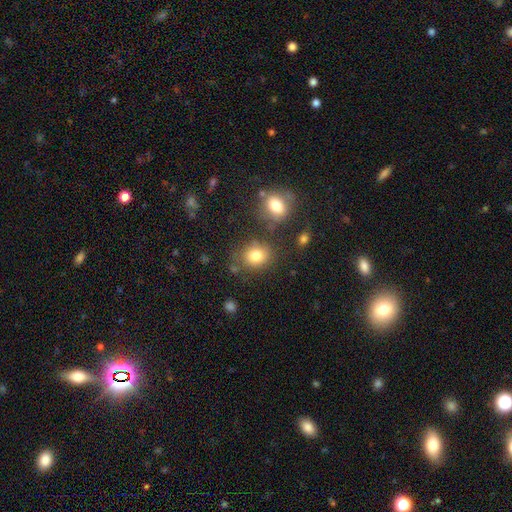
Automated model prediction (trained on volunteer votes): This appears to be a smooth galaxy with no disk features (81%) that is round (67%). Merging: none (72%).